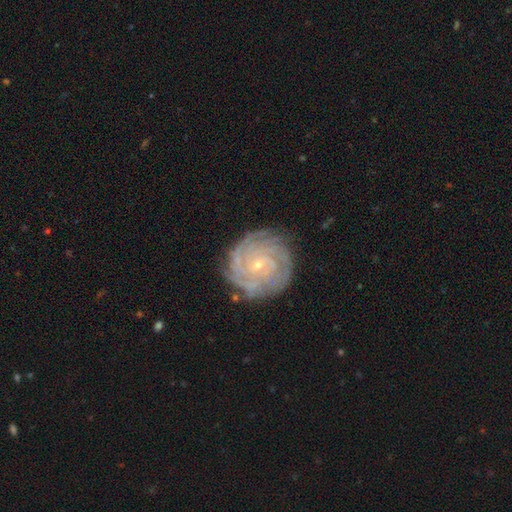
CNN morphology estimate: Smooth or featured? featured or disk (78%)
Edge-on disk? no (97%)
Bar? no (74%)
Spiral arms? yes (95%)
Spiral winding? tight (81%)
Spiral arm count? can't tell (31%)
Bulge size? small (79%)
Merging? none (84%)